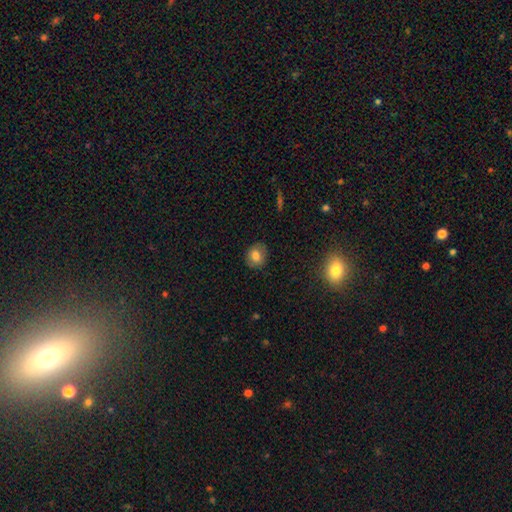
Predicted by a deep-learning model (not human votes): The model was most divided on "how rounded": round: 69%, in between: 30%, cigar-shaped: 1%. More confident: merging — none (85%); smooth or featured — smooth (79%).